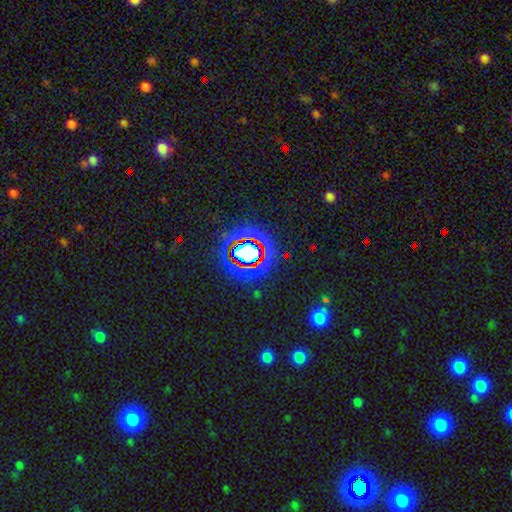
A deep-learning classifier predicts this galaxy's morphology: star or artifact 78%, smooth 13%, featured or disk 9%.